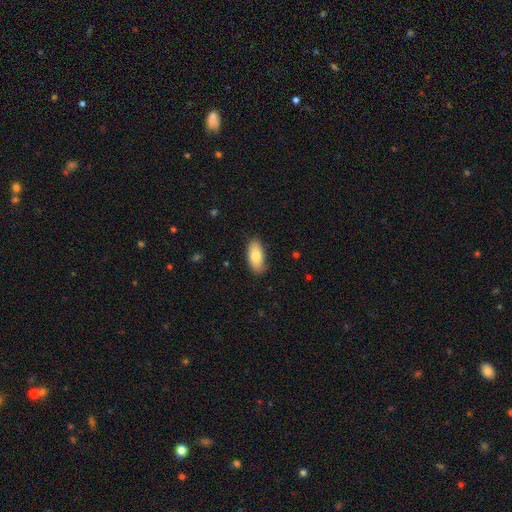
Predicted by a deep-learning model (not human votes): Smooth or featured?
  - smooth: 81% *
  - featured or disk: 13%
  - star or artifact: 6%
How rounded?
  - in between: 89% *
  - cigar-shaped: 8%
  - round: 2%
Merging?
  - none: 82% *
  - minor disturbance: 14%
  - major disturbance: 2%
  - merger: 1%